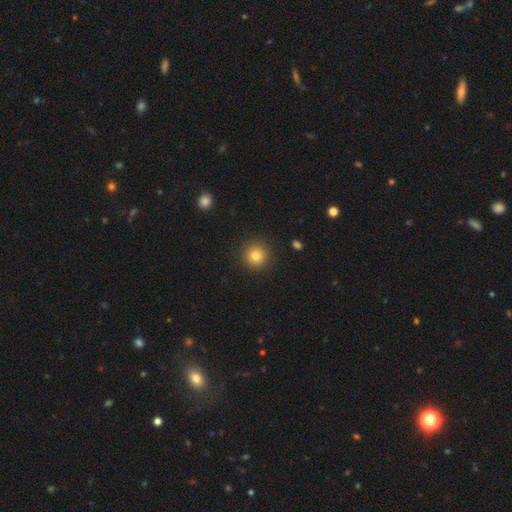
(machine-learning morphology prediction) A smooth galaxy with no disk features (80%) that is round (95%).

Vote fractions:
- Smooth or featured? smooth: 80% / star or artifact: 12% / featured or disk: 8%
- How rounded? round: 95% / in between: 4% / cigar-shaped: 1%
- Merging? none: 91% / minor disturbance: 6% / major disturbance: 2% / merger: 1%